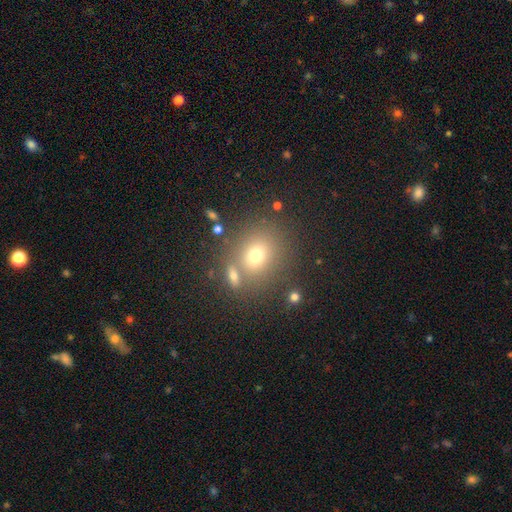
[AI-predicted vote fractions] Smooth or featured? smooth (68%)
How rounded? round (64%)
Merging? none (66%)